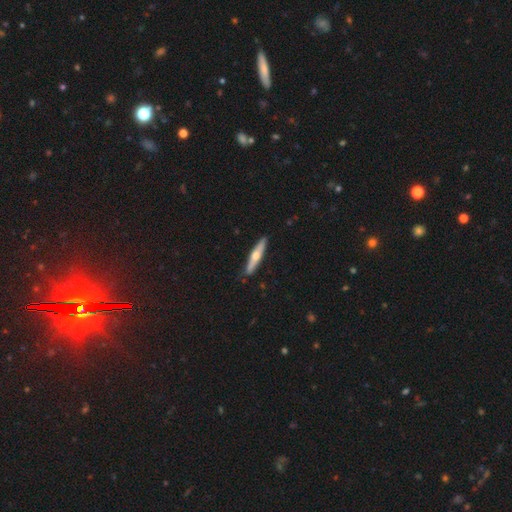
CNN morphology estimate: The model was most divided on "smooth or featured": featured or disk: 53%, smooth: 42%, star or artifact: 5%. More confident: edge-on disk — yes (94%); edge-on bulge — rounded (91%); merging — none (89%).